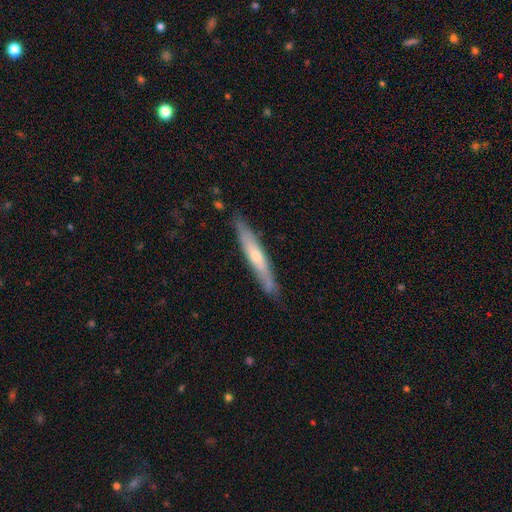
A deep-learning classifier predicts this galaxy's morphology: Smooth or featured? featured or disk (52%)
Edge-on disk? yes (84%)
Merging? none (83%)